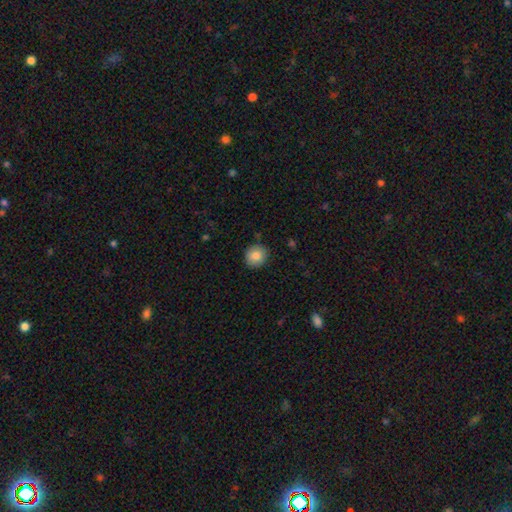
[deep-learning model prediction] smooth_or_featured: smooth (p=0.85) [alt: star or artifact p=0.08]
how_rounded: round (p=0.88) [alt: in between p=0.11]
merging: none (p=0.88) [alt: minor disturbance p=0.08]